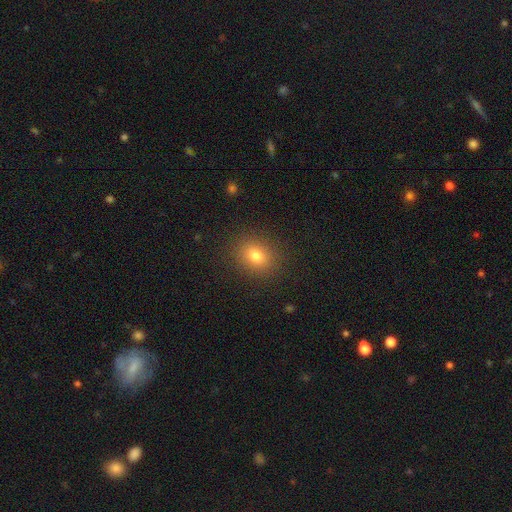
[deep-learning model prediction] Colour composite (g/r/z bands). It shows a smooth galaxy with no disk features (79%) that is round (55%). Merging: none (89%).